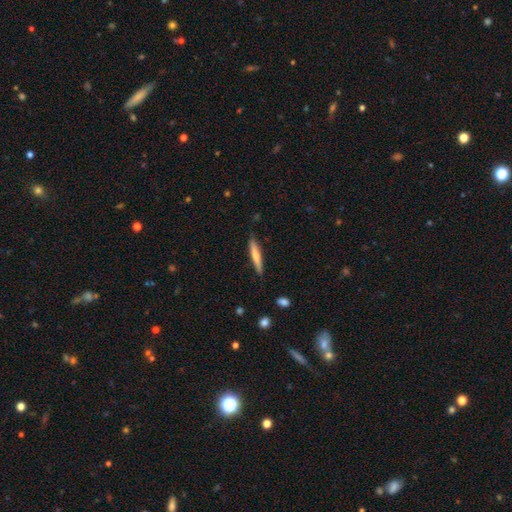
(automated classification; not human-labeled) smooth_or_featured: smooth (p=0.63) [alt: featured or disk p=0.31]
how_rounded: cigar-shaped (p=0.93) [alt: in between p=0.05]
merging: none (p=0.86) [alt: minor disturbance p=0.11]